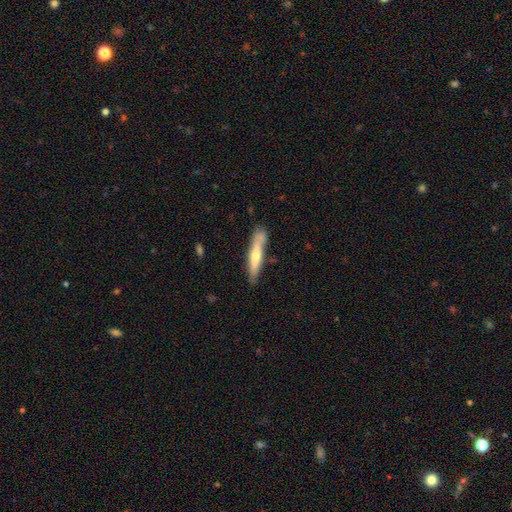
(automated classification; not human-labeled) Smooth or featured: smooth — 51% (featured or disk — 43%)
How rounded: cigar-shaped — 86% (in between — 12%)
Merging: none — 71% (minor disturbance — 19%)